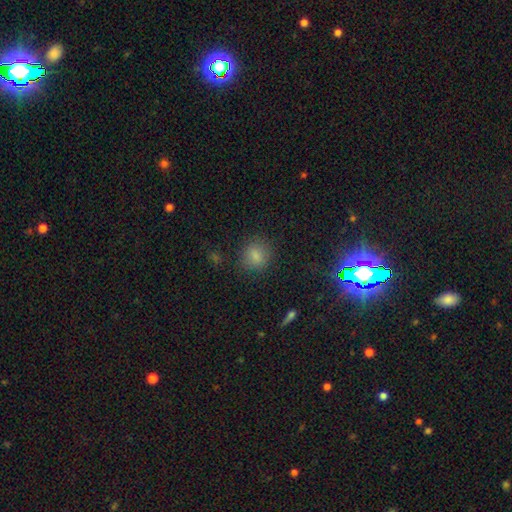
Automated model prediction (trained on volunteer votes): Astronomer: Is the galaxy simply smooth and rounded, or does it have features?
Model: smooth — 82%.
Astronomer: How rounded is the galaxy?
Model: round — 77%.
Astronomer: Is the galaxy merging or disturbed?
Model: none — 84%.